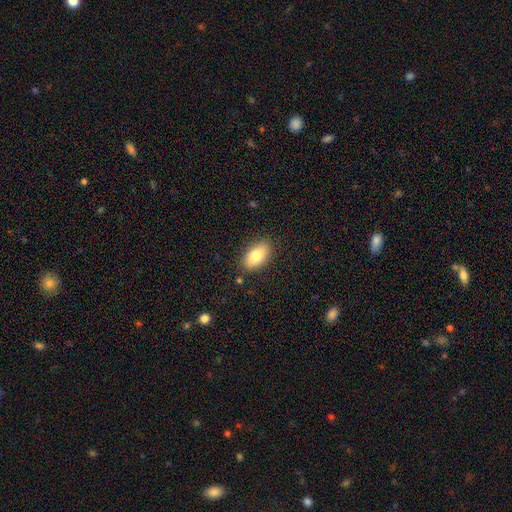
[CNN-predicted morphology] Smooth or featured?
  - smooth: 79% *
  - featured or disk: 14%
  - star or artifact: 7%
How rounded?
  - in between: 92% *
  - round: 5%
  - cigar-shaped: 3%
Merging?
  - none: 86% *
  - minor disturbance: 10%
  - major disturbance: 2%
  - merger: 1%